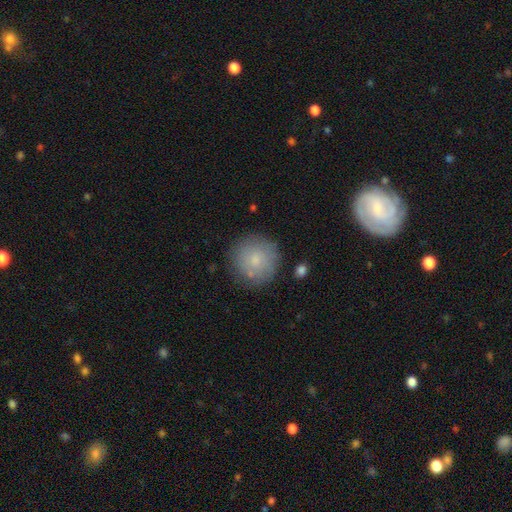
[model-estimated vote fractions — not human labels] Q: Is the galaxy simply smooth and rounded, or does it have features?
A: smooth — 77%.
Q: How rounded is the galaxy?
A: round — 95%.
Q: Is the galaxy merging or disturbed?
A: none — 82%.